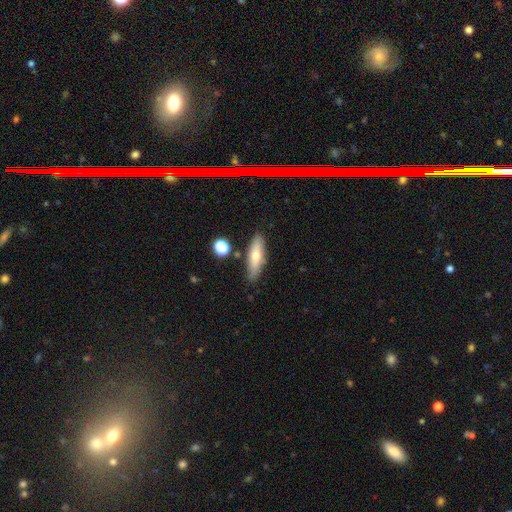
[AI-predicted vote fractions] A smooth galaxy with no disk features (61%) that is cigar-shaped (53%).

Vote fractions:
- Smooth or featured? smooth: 61% / featured or disk: 31% / star or artifact: 7%
- How rounded? cigar-shaped: 53% / in between: 44% / round: 3%
- Merging? none: 81% / minor disturbance: 12% / merger: 4% / major disturbance: 3%